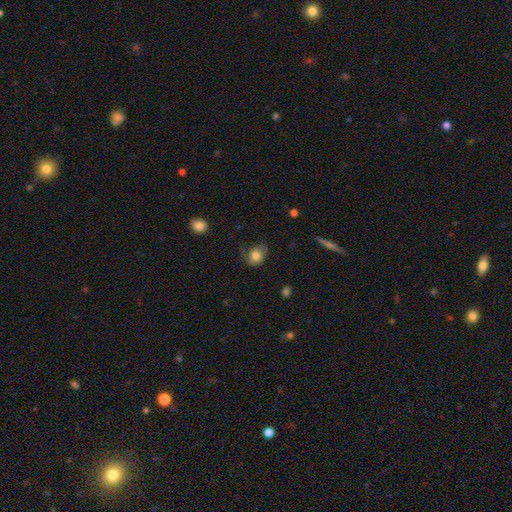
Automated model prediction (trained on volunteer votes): A smooth galaxy with no disk features (77%) that is in between round and cigar-shaped (50%). Merging: none (52%).